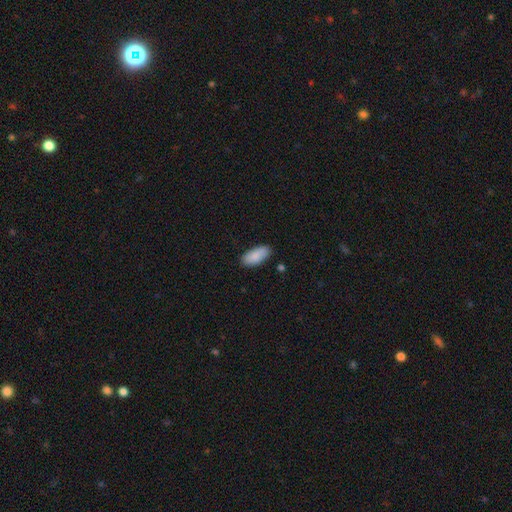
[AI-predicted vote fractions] This is clearly a smooth galaxy (88%). How rounded: clearly in between (90%). Merging: clearly none (84%).